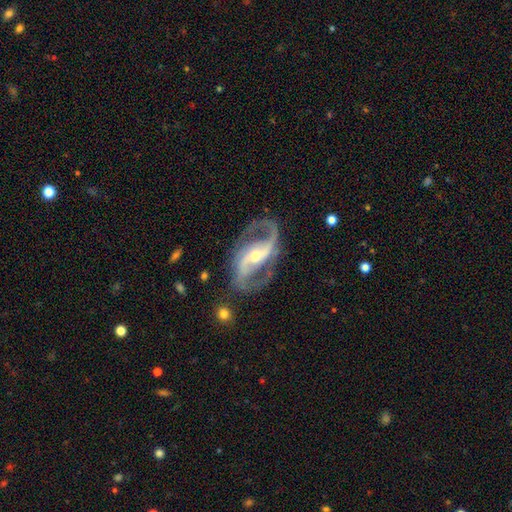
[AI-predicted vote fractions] smooth_or_featured: featured or disk (p=0.92) [alt: star or artifact p=0.05]
disk_edge_on: no (p=0.97) [alt: yes p=0.03]
bar: strong (p=0.47) [alt: weak p=0.32]
has_spiral_arms: yes (p=0.97) [alt: no p=0.03]
spiral_winding: medium (p=0.52) [alt: loose p=0.35]
spiral_arm_count: 2 (p=0.93) [alt: can't tell p=0.02]
bulge_size: moderate (p=0.50) [alt: small p=0.45]
merging: none (p=0.77) [alt: minor disturbance p=0.13]